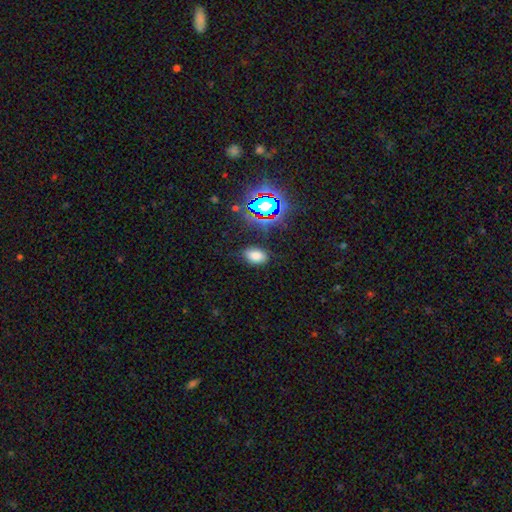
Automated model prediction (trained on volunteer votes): A smooth galaxy with no disk features (72%) that is in between round and cigar-shaped (90%).

Vote fractions:
- Smooth or featured? smooth: 72% / star or artifact: 21% / featured or disk: 7%
- How rounded? in between: 90% / round: 9% / cigar-shaped: 2%
- Merging? none: 81% / minor disturbance: 13% / major disturbance: 4% / merger: 2%